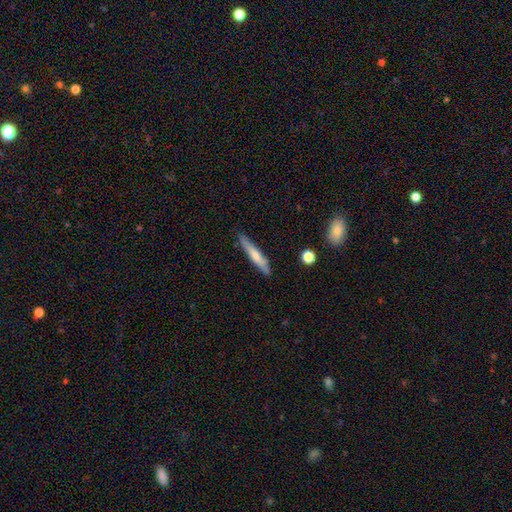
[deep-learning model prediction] smooth 60%, featured or disk 34%, star or artifact 6%. Down the decision tree: how rounded — cigar-shaped (92%); merging — none (82%).